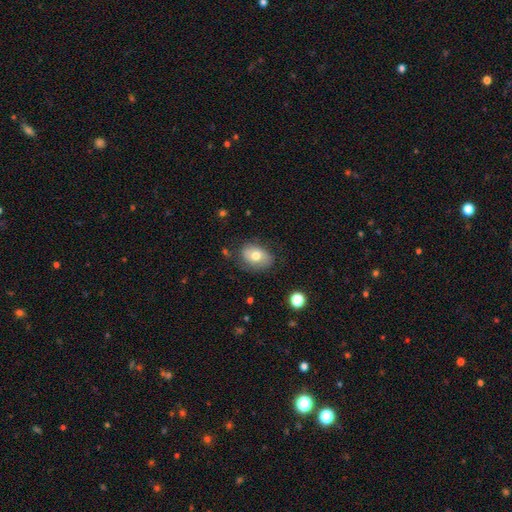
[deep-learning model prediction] Smooth or featured?
  - smooth: 68% *
  - featured or disk: 23%
  - star or artifact: 8%
How rounded?
  - in between: 78% *
  - round: 21%
  - cigar-shaped: 1%
Merging?
  - none: 70% *
  - minor disturbance: 21%
  - major disturbance: 6%
  - merger: 2%